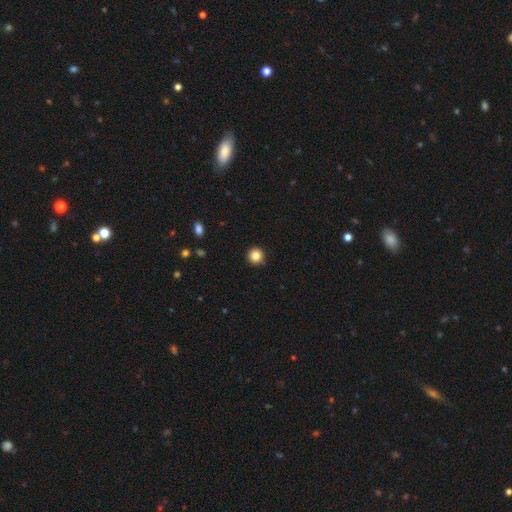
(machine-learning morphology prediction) This appears to be a smooth galaxy with no disk features (84%) that is round (95%). Merging: none (90%).